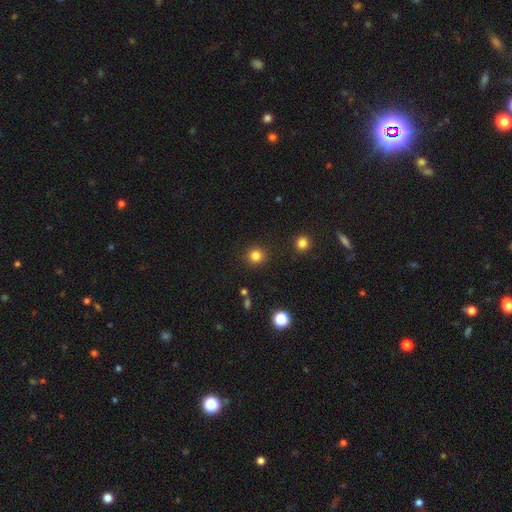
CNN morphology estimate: Smooth or featured? Predicted: smooth (p=0.83). How rounded? Predicted: round (p=0.92). Merging? Predicted: none (p=0.91).